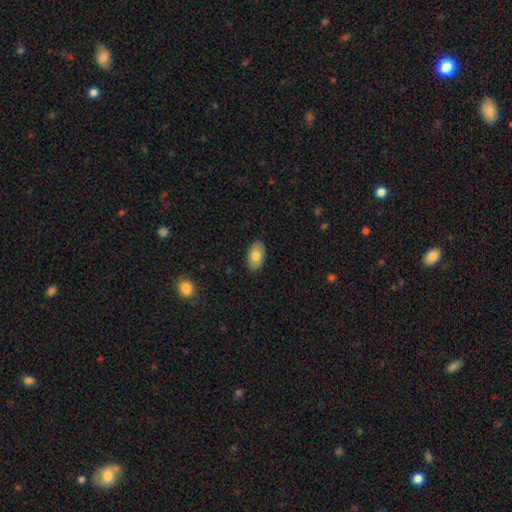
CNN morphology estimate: A smooth galaxy with no disk features (81%) that is in between round and cigar-shaped (94%). Merging: none (88%).